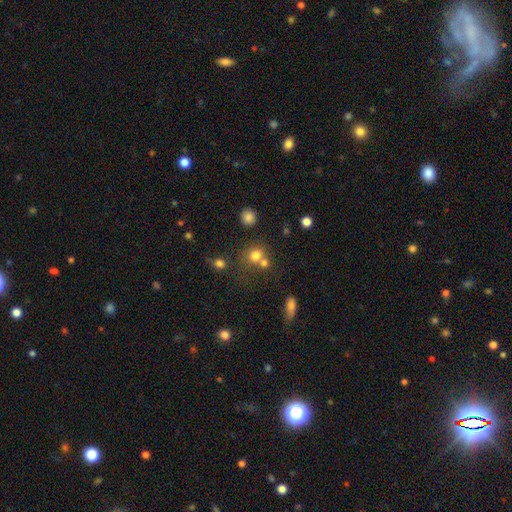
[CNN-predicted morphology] A smooth galaxy with no disk features (74%) that is round (78%). Merging: none (48%).